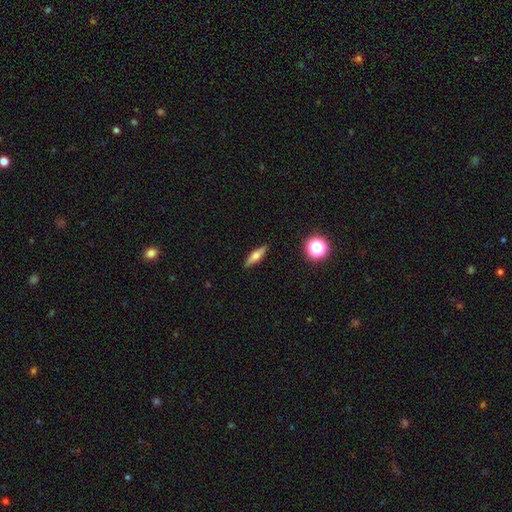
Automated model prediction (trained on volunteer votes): smooth-or-featured: smooth: 49% | featured or disk: 42% | star or artifact: 9%
  merging: none: 89% | minor disturbance: 8% | major disturbance: 2% | merger: 1%